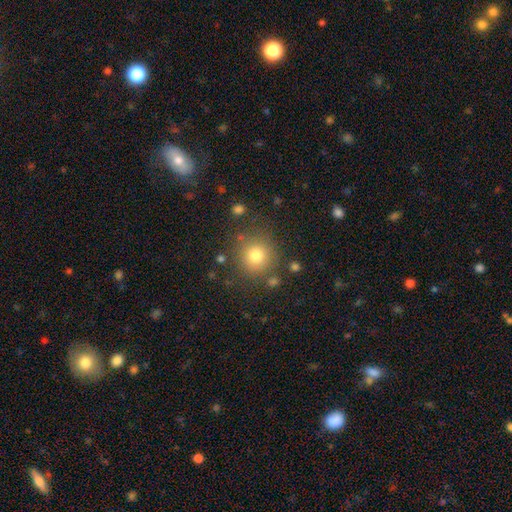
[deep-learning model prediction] Smooth or featured? smooth (78%)
How rounded? round (93%)
Merging? none (83%)